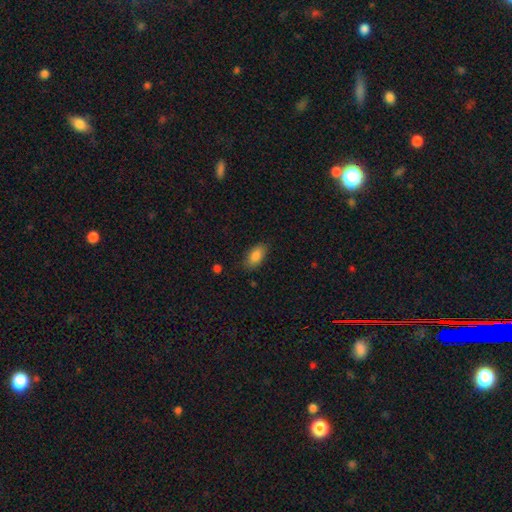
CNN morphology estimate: Q: Smooth or featured?
A: smooth (86%); runner-up: star or artifact (8%)
Q: How rounded?
A: in between (90%); runner-up: cigar-shaped (6%)
Q: Merging?
A: none (84%); runner-up: minor disturbance (12%)